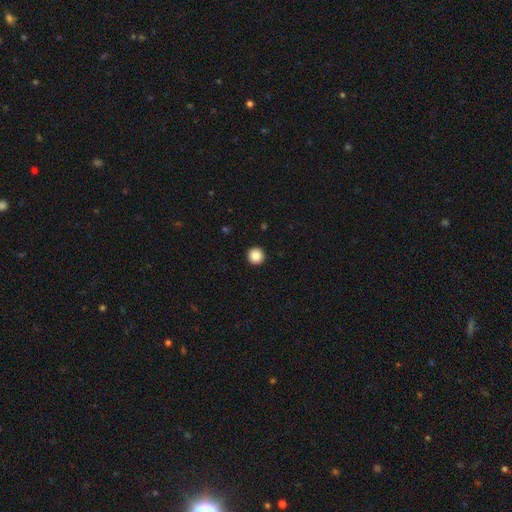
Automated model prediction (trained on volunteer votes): smooth 86%, star or artifact 10%, featured or disk 4%. Down the decision tree: how rounded — round (96%); merging — none (94%).